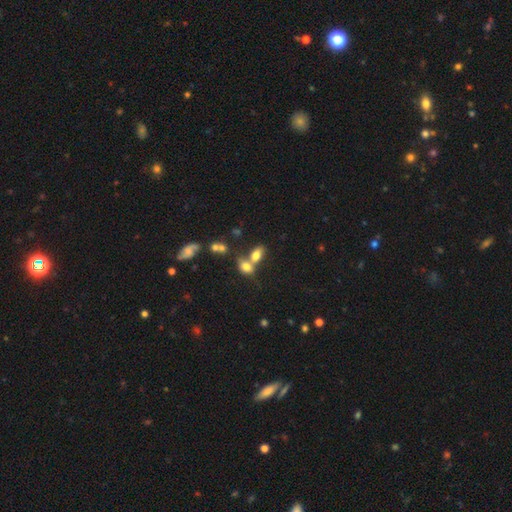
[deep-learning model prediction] Overall: smooth (74%). How rounded: in between (84%). Merging: merger (56%; none 30%).